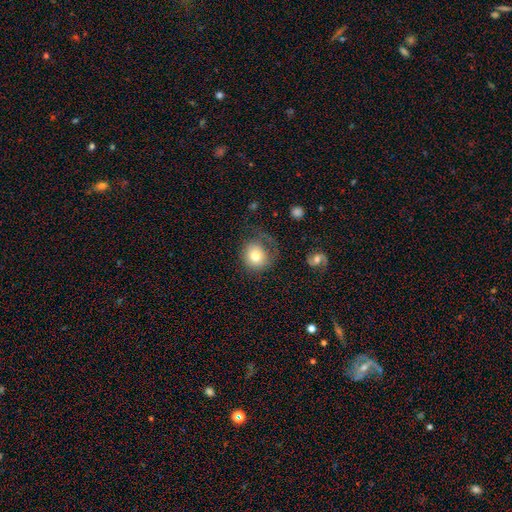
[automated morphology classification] A smooth galaxy with no disk features (73%) that is round (83%).

Vote fractions:
- Smooth or featured? smooth: 73% / featured or disk: 18% / star or artifact: 9%
- How rounded? round: 83% / in between: 17% / cigar-shaped: 1%
- Merging? none: 52% / major disturbance: 24% / minor disturbance: 21% / merger: 3%